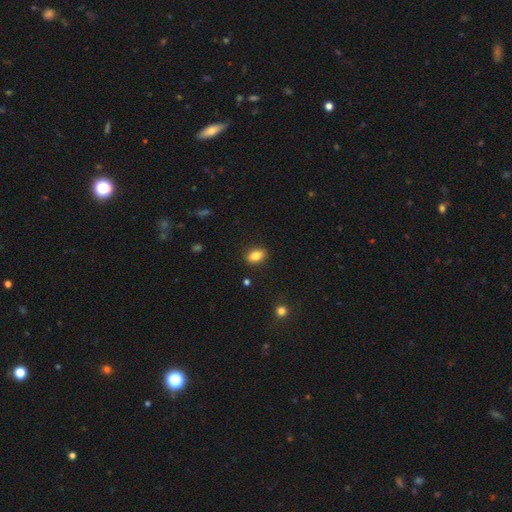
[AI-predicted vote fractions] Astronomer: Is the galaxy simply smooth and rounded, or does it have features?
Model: smooth — 85%.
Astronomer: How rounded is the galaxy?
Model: in between — 83%.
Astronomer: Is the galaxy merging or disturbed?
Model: none — 88%.